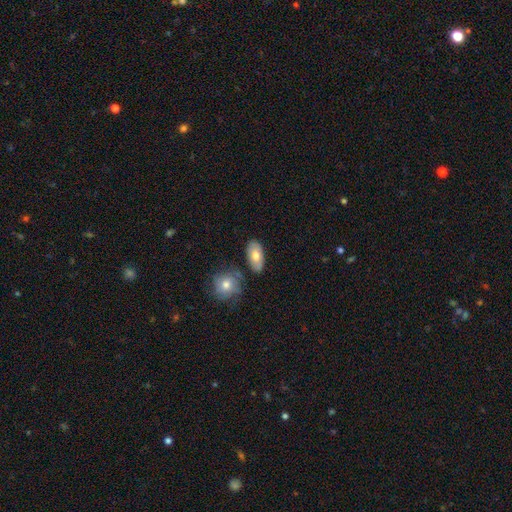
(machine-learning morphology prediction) Q: Smooth or featured?
A: smooth (72%); runner-up: featured or disk (22%)
Q: How rounded?
A: in between (92%); runner-up: round (5%)
Q: Merging?
A: none (77%); runner-up: minor disturbance (12%)